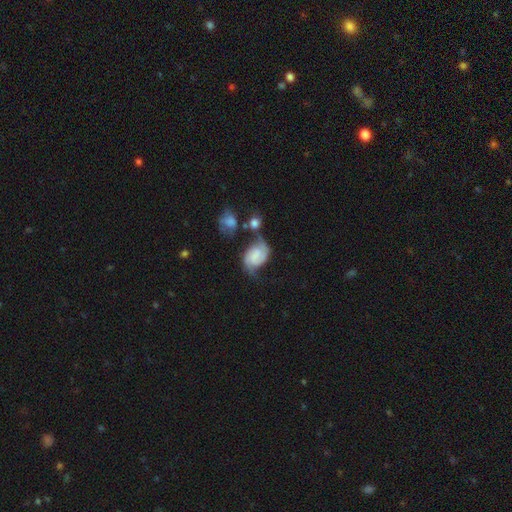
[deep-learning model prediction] Smooth or featured? featured or disk (71%)
Edge-on disk? no (98%)
Bar? no (51%)
Spiral arms? yes (94%)
Spiral winding? medium (45%)
Spiral arm count? 2 (88%)
Bulge size? none (49%)
Merging? none (45%)